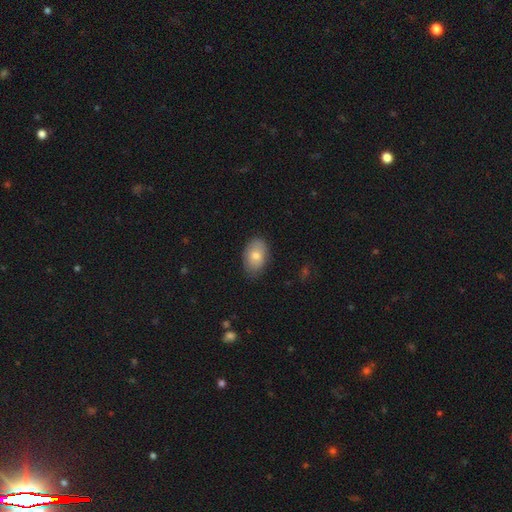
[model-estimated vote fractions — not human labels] A smooth galaxy with no disk features (75%) that is in between round and cigar-shaped (89%). Merging: none (81%).